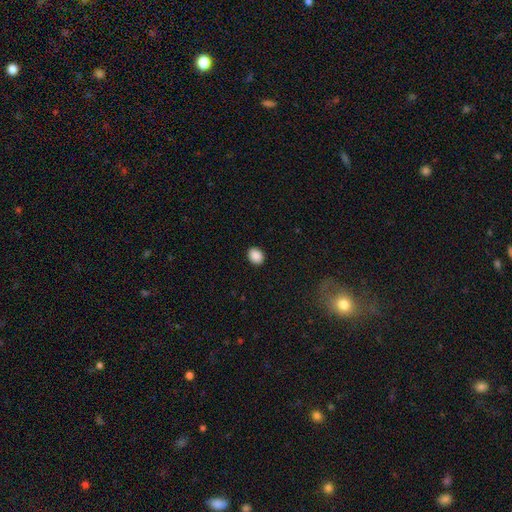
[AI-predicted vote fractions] smooth_or_featured: smooth (p=0.89) [alt: star or artifact p=0.08]
how_rounded: in between (p=0.50) [alt: round p=0.49]
merging: none (p=0.90) [alt: minor disturbance p=0.07]